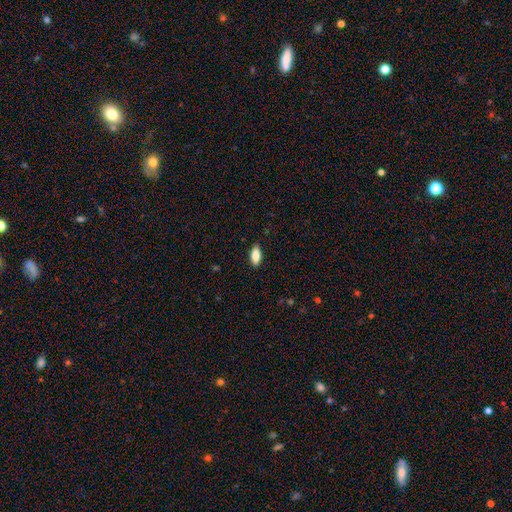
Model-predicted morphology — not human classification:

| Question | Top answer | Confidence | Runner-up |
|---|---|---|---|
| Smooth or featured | smooth | 85% | featured or disk (8%) |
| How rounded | in between | 85% | cigar-shaped (13%) |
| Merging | none | 87% | minor disturbance (10%) |